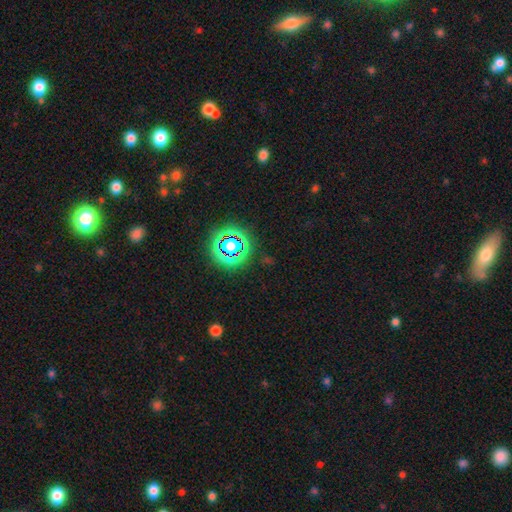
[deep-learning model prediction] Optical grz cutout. It shows a star or artifact, not a galaxy (78%).